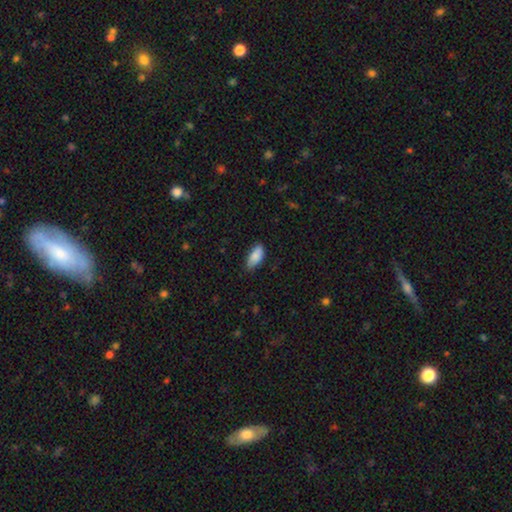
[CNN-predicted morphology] Smooth or featured? smooth (85%)
How rounded? in between (89%)
Merging? none (74%)